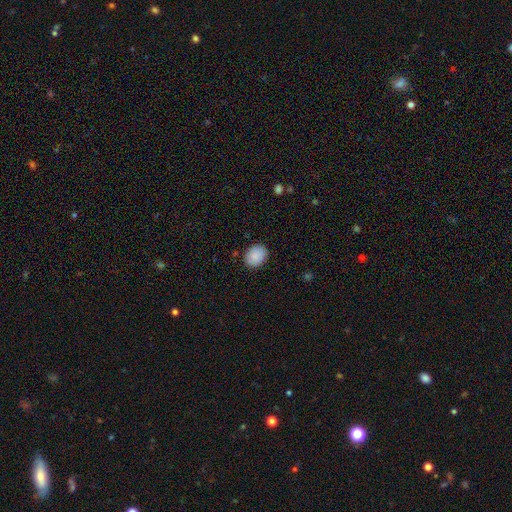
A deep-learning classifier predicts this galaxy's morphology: smooth_or_featured: smooth (p=0.88) [alt: star or artifact p=0.07]
how_rounded: in between (p=0.51) [alt: round p=0.48]
merging: none (p=0.87) [alt: minor disturbance p=0.09]